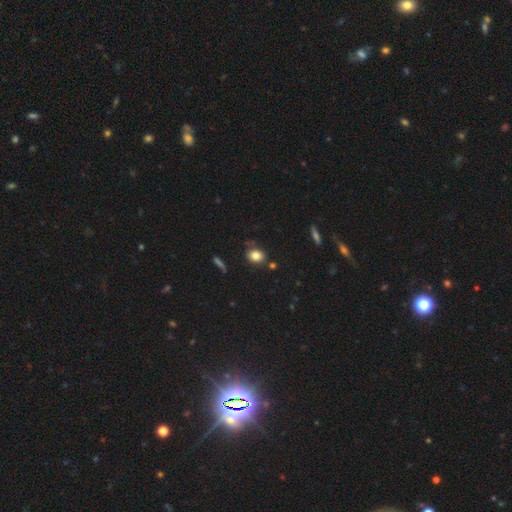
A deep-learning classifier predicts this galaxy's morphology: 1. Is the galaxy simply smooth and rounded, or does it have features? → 80% smooth, 11% star or artifact, 9% featured or disk.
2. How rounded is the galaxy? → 51% in between, 48% round, 2% cigar-shaped.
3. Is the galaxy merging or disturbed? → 77% none, 14% minor disturbance, 6% merger, 3% major disturbance.